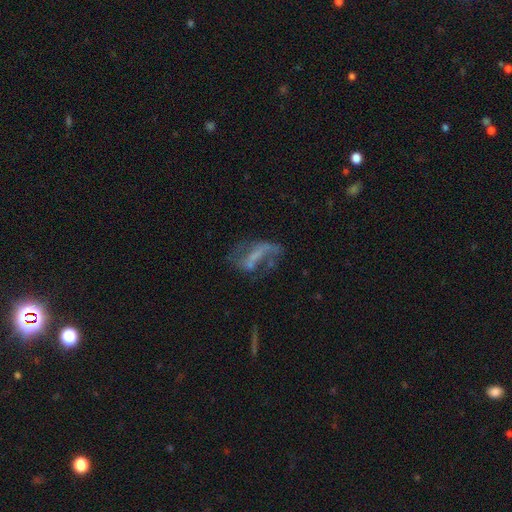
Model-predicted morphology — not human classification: type=featured or disk (63%); edge-on=no (93%); bar=no (37%); spiral arms=yes (55%); bulge=none (59%); merging=none (37%).